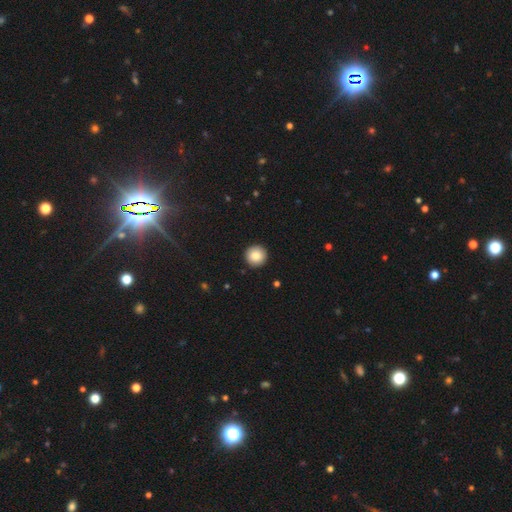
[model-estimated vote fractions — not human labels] This is clearly a smooth galaxy (87%). How rounded: clearly round (96%). Merging: clearly none (93%).